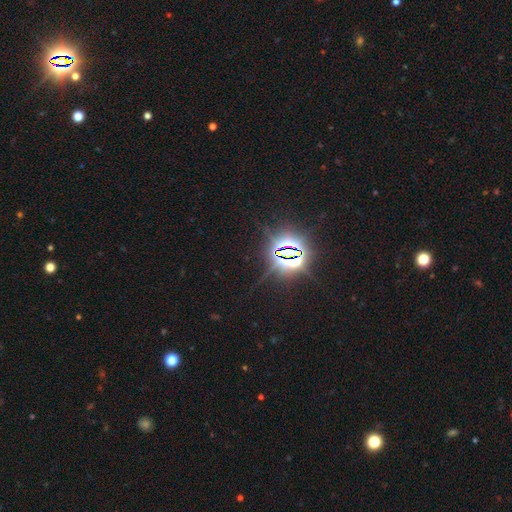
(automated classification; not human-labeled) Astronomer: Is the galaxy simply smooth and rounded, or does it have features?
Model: star or artifact — 84%.